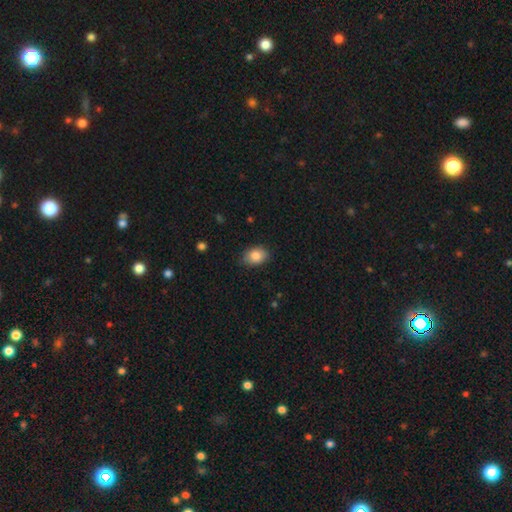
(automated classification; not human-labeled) Smooth or featured? Predicted: smooth (p=0.86). How rounded? Predicted: in between (p=0.78). Merging? Predicted: none (p=0.83).